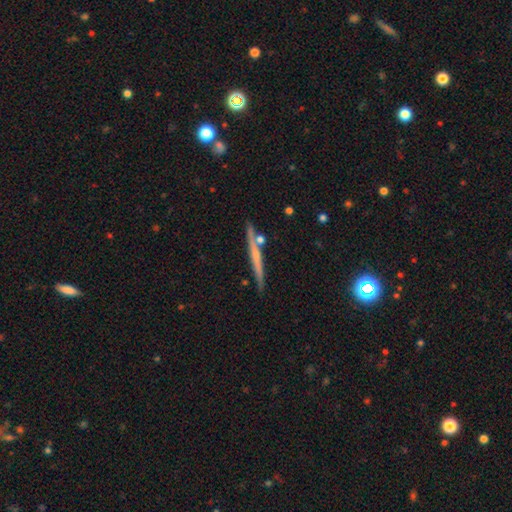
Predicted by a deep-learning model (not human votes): featured or disk 53%, smooth 40%, star or artifact 7%. Down the decision tree: edge-on disk — yes (96%); edge-on bulge — none (73%); merging — none (82%).